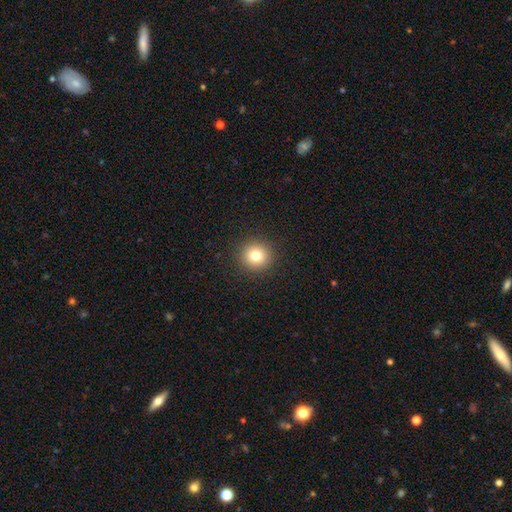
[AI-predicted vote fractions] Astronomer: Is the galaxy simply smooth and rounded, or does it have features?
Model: smooth — 79%.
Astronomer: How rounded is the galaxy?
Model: round — 94%.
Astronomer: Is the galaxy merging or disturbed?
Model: none — 92%.